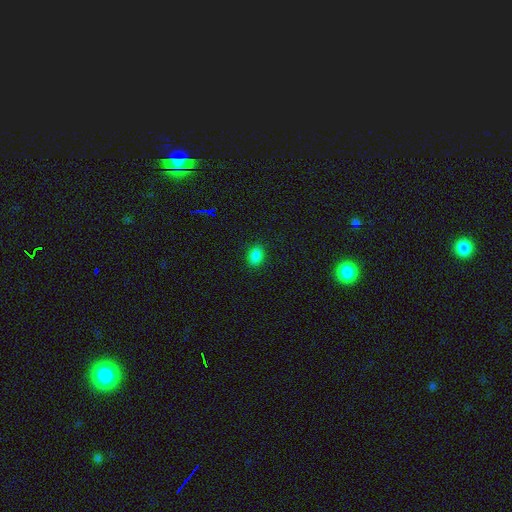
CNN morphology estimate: smooth 83%, star or artifact 13%, featured or disk 4%. Down the decision tree: how rounded — in between (76%); merging — none (87%).